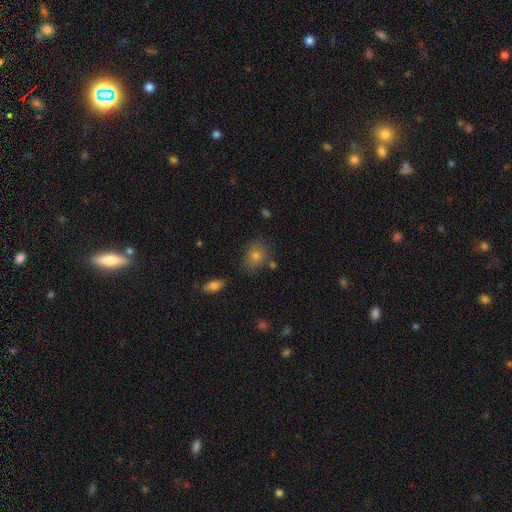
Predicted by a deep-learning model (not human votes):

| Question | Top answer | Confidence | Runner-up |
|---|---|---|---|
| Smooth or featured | smooth | 76% | star or artifact (14%) |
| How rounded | round | 58% | in between (41%) |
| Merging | none | 79% | minor disturbance (13%) |